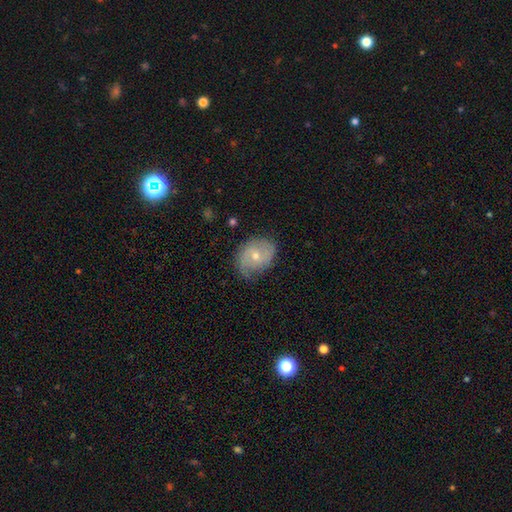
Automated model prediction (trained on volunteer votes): smooth_or_featured: featured or disk (p=0.66) [alt: smooth p=0.26]
disk_edge_on: no (p=0.96) [alt: yes p=0.04]
bar: no (p=0.65) [alt: weak p=0.30]
has_spiral_arms: yes (p=0.86) [alt: no p=0.14]
spiral_winding: medium (p=0.41) [alt: tight p=0.37]
spiral_arm_count: 2 (p=0.59) [alt: can't tell p=0.20]
bulge_size: small (p=0.50) [alt: moderate p=0.47]
merging: none (p=0.67) [alt: minor disturbance p=0.24]